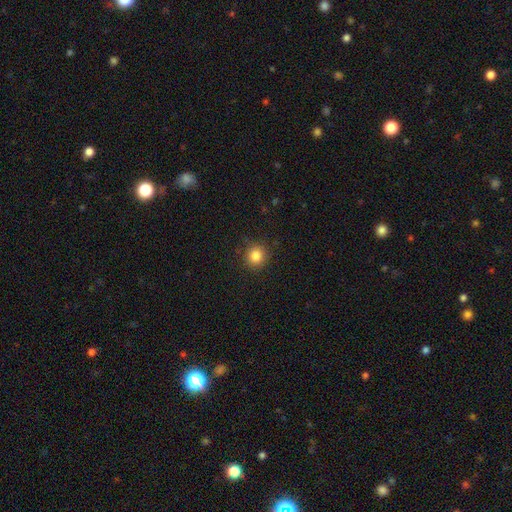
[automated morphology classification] Overall: smooth (84%). How rounded: round (91%). Merging: none (90%).